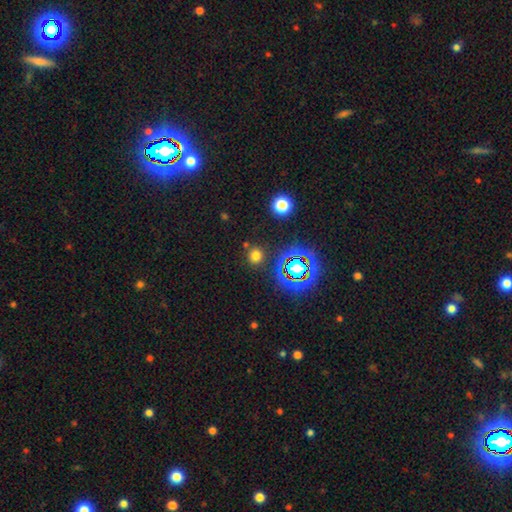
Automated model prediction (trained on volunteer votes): This is likely a smooth galaxy (67%). How rounded: clearly round (89%). Merging: clearly none (85%).